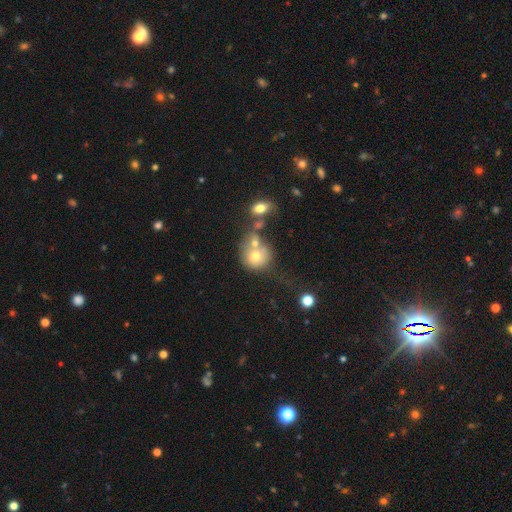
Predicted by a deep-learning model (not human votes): smooth 67%, featured or disk 21%, star or artifact 12%. Down the decision tree: how rounded — round (80%); merging — merger (48%).